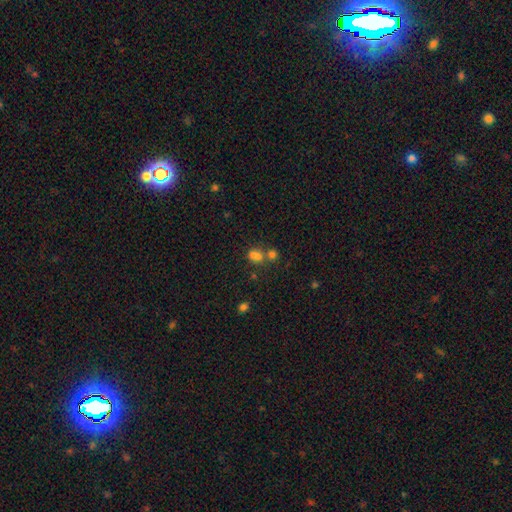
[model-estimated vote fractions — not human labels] Smooth or featured? Predicted: smooth (p=0.72). How rounded? Predicted: in between (p=0.55). Merging? Predicted: merger (p=0.50).